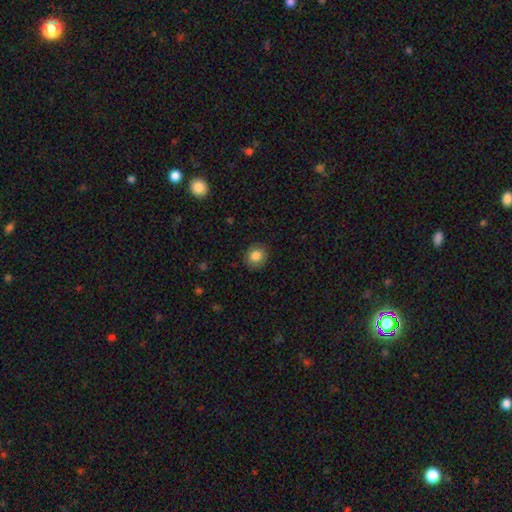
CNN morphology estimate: A smooth galaxy with no disk features (84%) that is round (80%).

Vote fractions:
- Smooth or featured? smooth: 84% / star or artifact: 9% / featured or disk: 7%
- How rounded? round: 80% / in between: 19% / cigar-shaped: 1%
- Merging? none: 88% / minor disturbance: 9% / major disturbance: 2% / merger: 1%